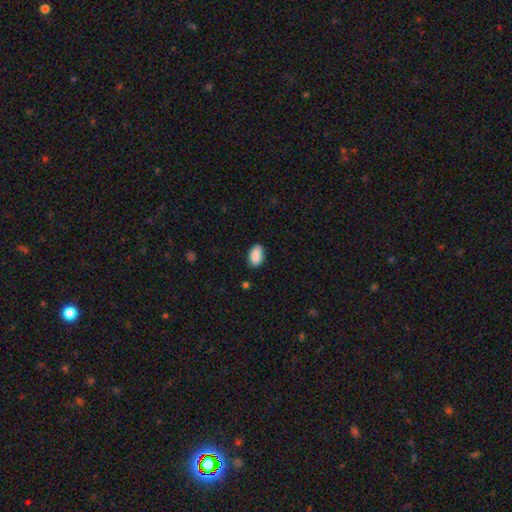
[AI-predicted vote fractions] A smooth galaxy with no disk features (89%) that is in between round and cigar-shaped (92%). Merging: none (83%).